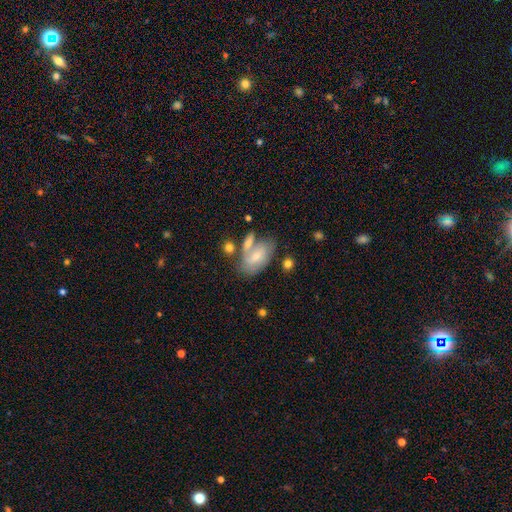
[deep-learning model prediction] smooth 57%, featured or disk 36%, star or artifact 7%. Down the decision tree: how rounded — in between (89%); merging — none (44%).